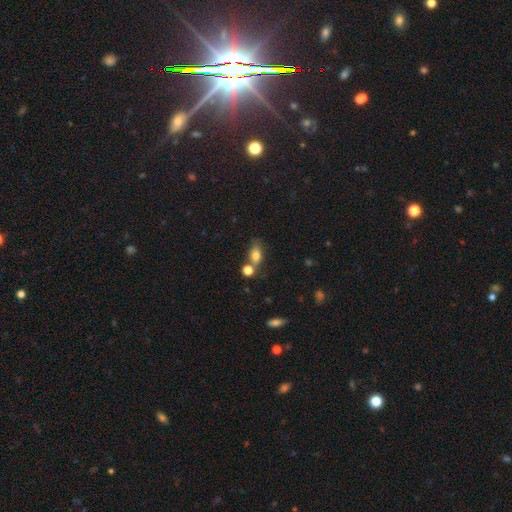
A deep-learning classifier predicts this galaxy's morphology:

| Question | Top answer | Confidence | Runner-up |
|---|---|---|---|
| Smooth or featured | smooth | 77% | featured or disk (12%) |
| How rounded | in between | 75% | round (18%) |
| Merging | none | 52% | merger (26%) |